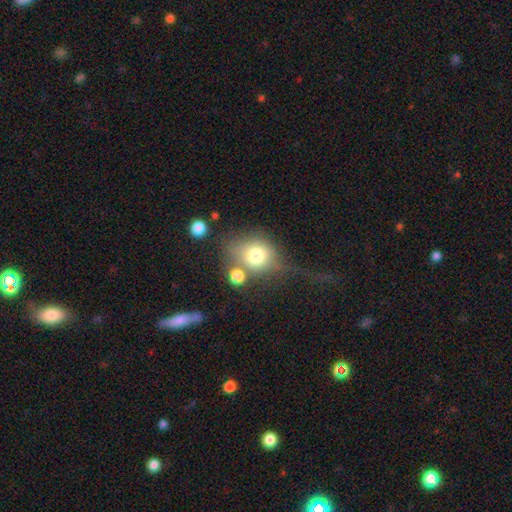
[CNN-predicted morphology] Overall: smooth (69%). How rounded: round (65%; in between 34%). Merging: none (40%; major disturbance 21%).